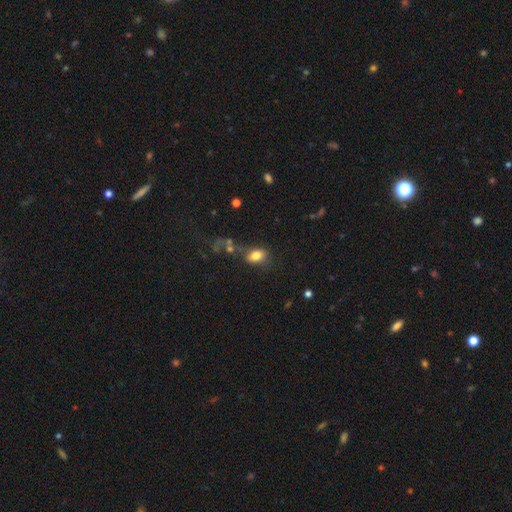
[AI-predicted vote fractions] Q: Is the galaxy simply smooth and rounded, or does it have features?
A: smooth — 79%.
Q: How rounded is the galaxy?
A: in between — 81%.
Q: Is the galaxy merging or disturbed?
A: none — 57%.